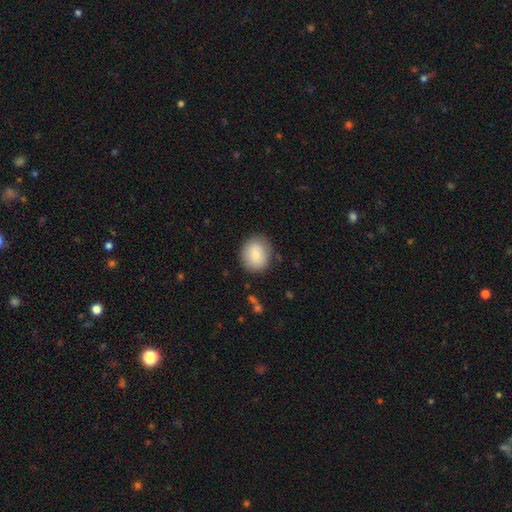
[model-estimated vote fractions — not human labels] Smooth or featured? smooth (81%)
How rounded? round (74%)
Merging? none (82%)